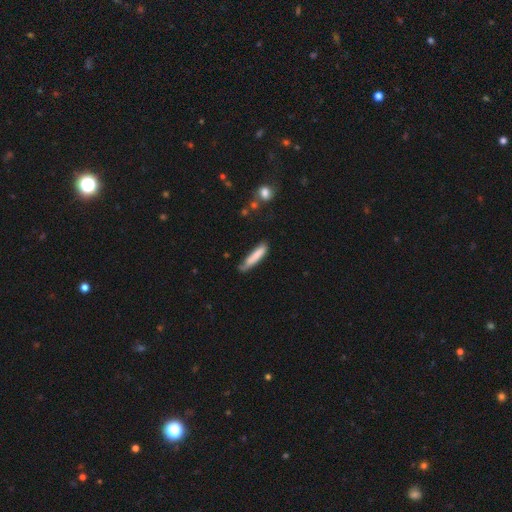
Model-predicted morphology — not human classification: A smooth galaxy with no disk features (78%) that is cigar-shaped (87%).

Vote fractions:
- Smooth or featured? smooth: 78% / featured or disk: 16% / star or artifact: 6%
- How rounded? cigar-shaped: 87% / in between: 12% / round: 1%
- Merging? none: 58% / minor disturbance: 30% / major disturbance: 8% / merger: 4%